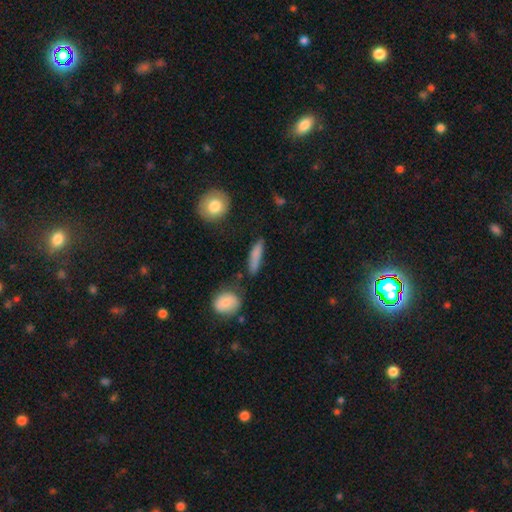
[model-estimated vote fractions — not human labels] Q: Smooth or featured?
A: smooth (78%); runner-up: featured or disk (14%)
Q: How rounded?
A: cigar-shaped (73%); runner-up: in between (22%)
Q: Merging?
A: none (69%); runner-up: minor disturbance (18%)